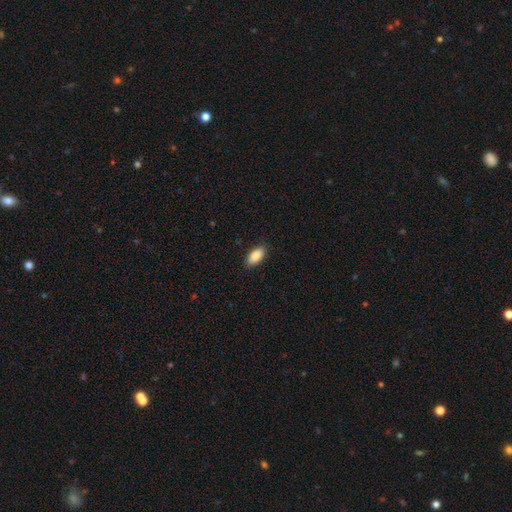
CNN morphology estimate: Q: Smooth or featured?
A: smooth (89%); runner-up: star or artifact (6%)
Q: How rounded?
A: in between (91%); runner-up: cigar-shaped (6%)
Q: Merging?
A: none (87%); runner-up: minor disturbance (10%)